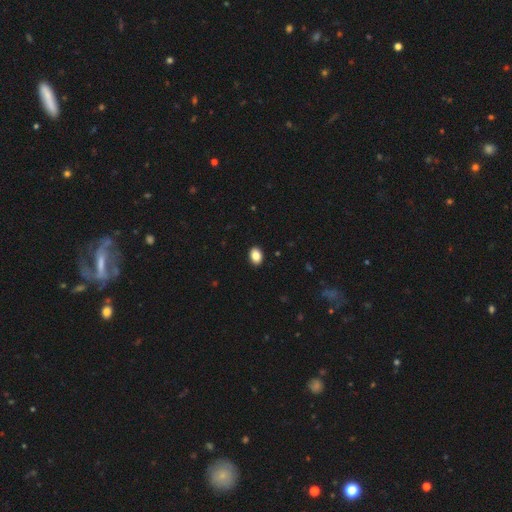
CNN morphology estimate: Smooth or featured: smooth — 86% (star or artifact — 8%)
How rounded: in between — 74% (round — 25%)
Merging: none — 91% (minor disturbance — 6%)